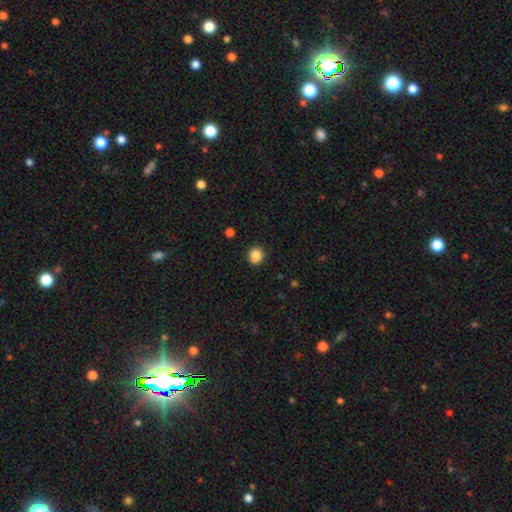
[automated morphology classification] This is clearly a smooth galaxy (83%). How rounded: likely round (79%). Merging: likely none (62%).